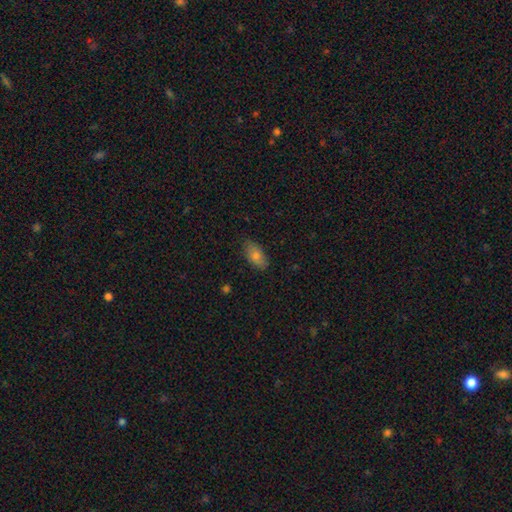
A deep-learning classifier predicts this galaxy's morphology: Overall: smooth (76%). How rounded: in between (89%). Merging: none (83%).